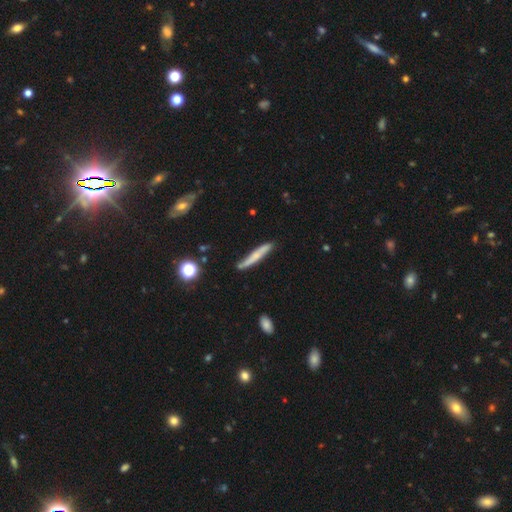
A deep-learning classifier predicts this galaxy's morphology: A smooth galaxy with no disk features (51%) that is cigar-shaped (93%). Merging: none (77%).